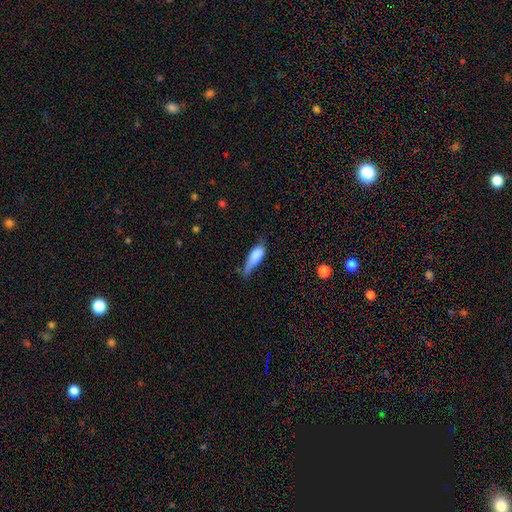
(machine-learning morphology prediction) The model was most divided on "merging": minor disturbance: 44%, none: 30%, major disturbance: 21%, merger: 5%. More confident: smooth or featured — smooth (78%); how rounded — in between (59%).